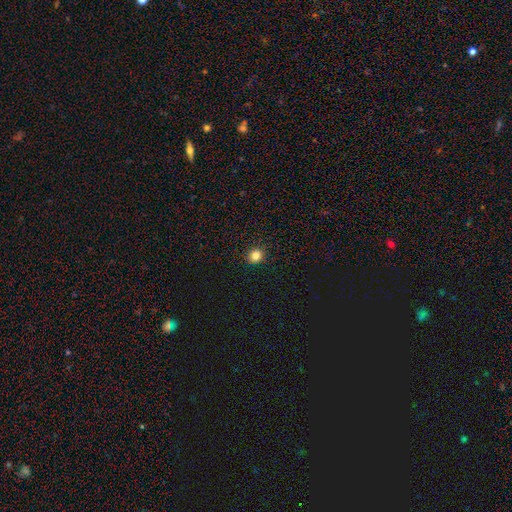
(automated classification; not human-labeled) Overall: smooth (83%). How rounded: round (86%). Merging: none (93%).